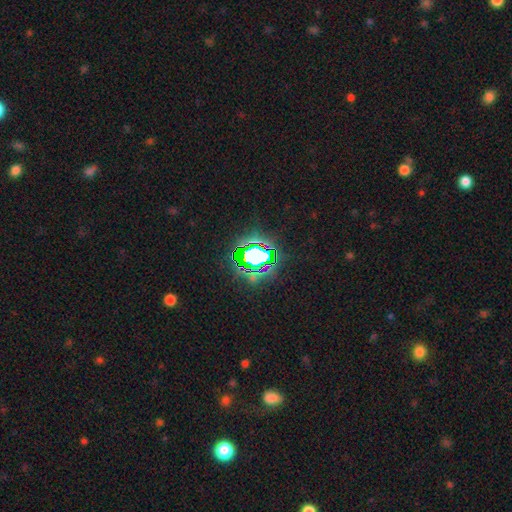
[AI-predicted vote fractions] Smooth or featured: star or artifact — 66% (smooth — 20%)